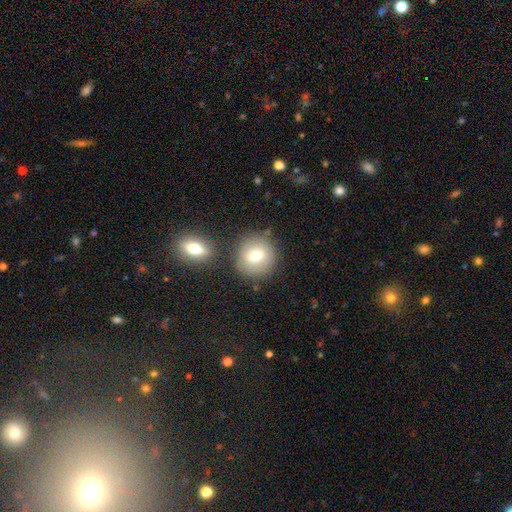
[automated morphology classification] Smooth or featured? smooth (76%)
How rounded? round (90%)
Merging? none (75%)